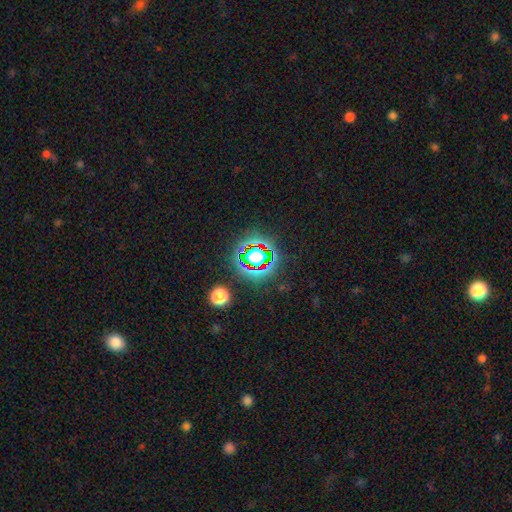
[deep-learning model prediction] This appears to be a star or artifact, not a galaxy (66%).